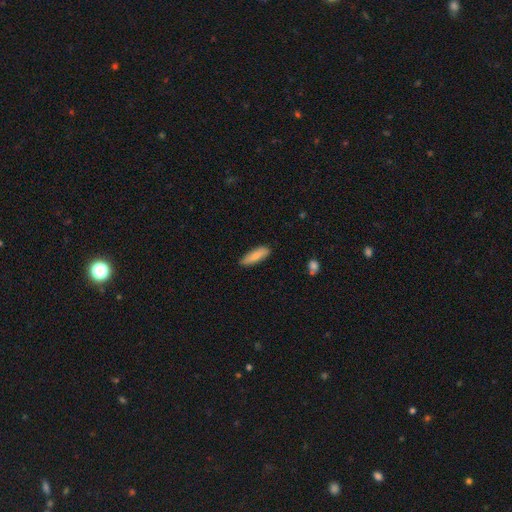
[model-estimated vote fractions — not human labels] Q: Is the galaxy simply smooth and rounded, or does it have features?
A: smooth — 78%.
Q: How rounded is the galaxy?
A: cigar-shaped — 49%, tied with in between.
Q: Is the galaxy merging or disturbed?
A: none — 85%.